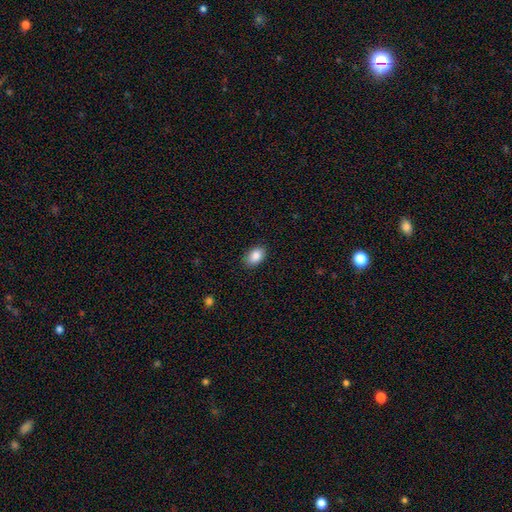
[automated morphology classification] Q: Smooth or featured?
A: smooth (87%); runner-up: star or artifact (8%)
Q: How rounded?
A: in between (89%); runner-up: round (10%)
Q: Merging?
A: none (87%); runner-up: minor disturbance (10%)